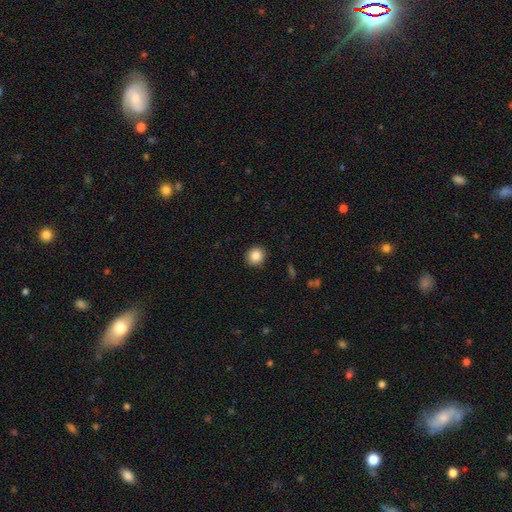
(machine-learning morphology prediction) Q: Smooth or featured?
A: smooth (85%); runner-up: star or artifact (9%)
Q: How rounded?
A: round (85%); runner-up: in between (14%)
Q: Merging?
A: none (91%); runner-up: minor disturbance (6%)